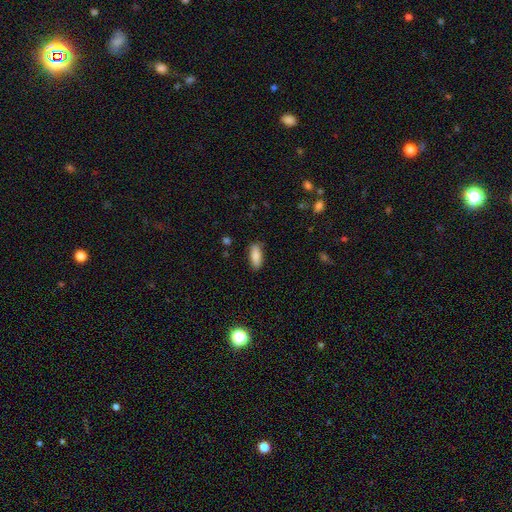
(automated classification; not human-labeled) A smooth galaxy with no disk features (83%) that is in between round and cigar-shaped (77%). Merging: none (84%).